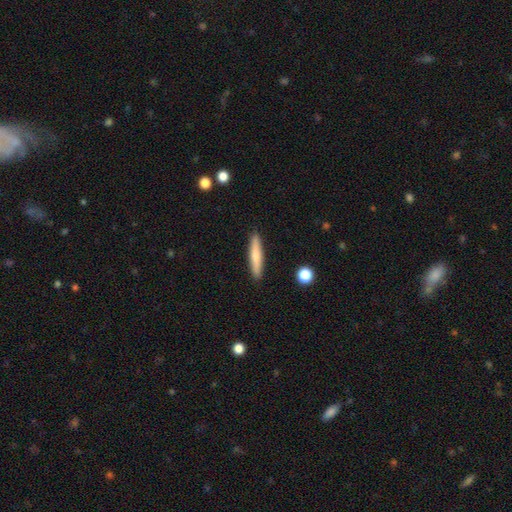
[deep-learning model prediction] Smooth or featured? Predicted: smooth (p=0.68). How rounded? Predicted: cigar-shaped (p=0.91). Merging? Predicted: none (p=0.91).